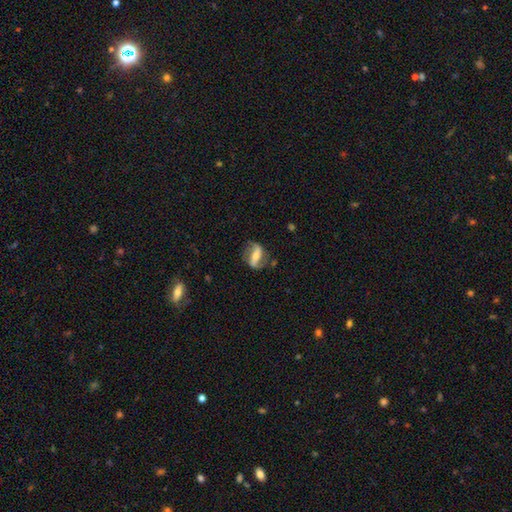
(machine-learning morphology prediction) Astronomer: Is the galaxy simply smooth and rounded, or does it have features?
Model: featured or disk — 70%.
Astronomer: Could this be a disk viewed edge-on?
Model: no — 90%.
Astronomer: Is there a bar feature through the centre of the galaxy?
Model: strong — 63%.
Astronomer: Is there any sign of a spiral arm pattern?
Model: yes — 82%.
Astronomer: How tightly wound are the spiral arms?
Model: loose — 51% (runner-up: medium, 33%).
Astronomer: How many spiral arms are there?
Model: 2 — 88%.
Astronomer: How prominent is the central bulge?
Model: moderate — 47% (runner-up: small, 39%).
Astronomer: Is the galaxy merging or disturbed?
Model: none — 70%.